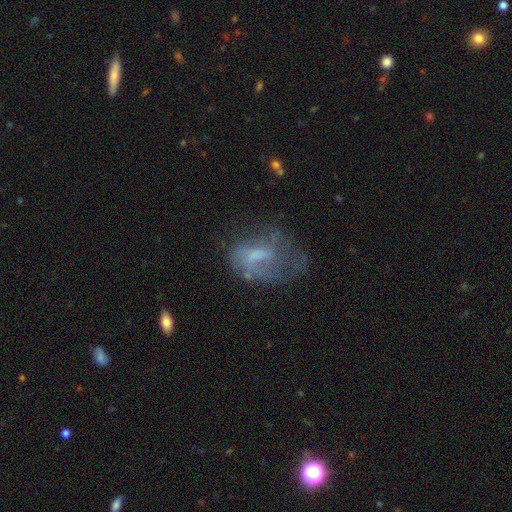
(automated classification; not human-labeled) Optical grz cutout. It shows a featured or disk galaxy (52%). Merging: none (37%).